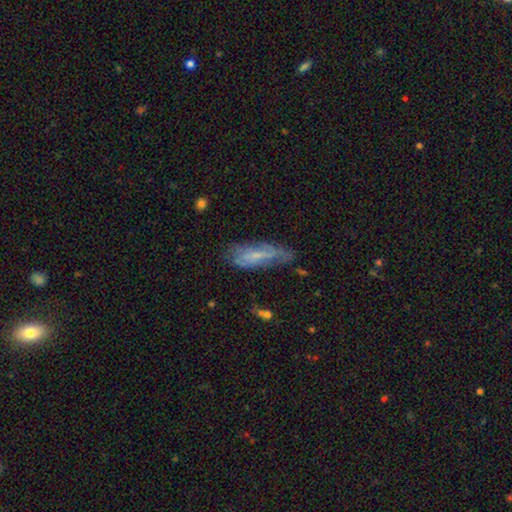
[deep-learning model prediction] Smooth or featured?
  - smooth: 47% *
  - featured or disk: 44%
  - star or artifact: 9%
Merging?
  - none: 50% *
  - minor disturbance: 31%
  - major disturbance: 15%
  - merger: 4%